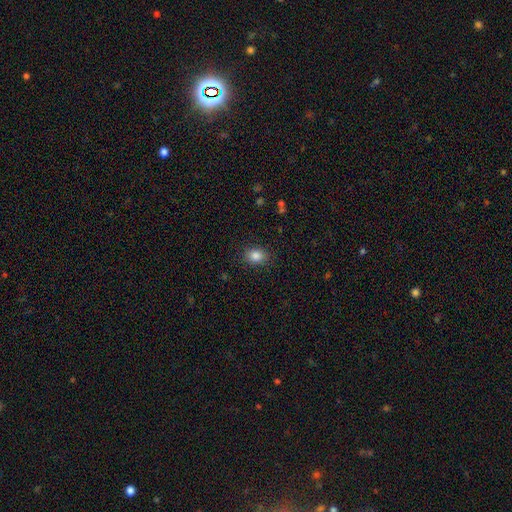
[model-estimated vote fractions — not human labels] smooth-or-featured: smooth: 85% | star or artifact: 10% | featured or disk: 5%
  how-rounded: in between: 54% | round: 45% | cigar-shaped: 1%
  merging: none: 86% | minor disturbance: 10% | major disturbance: 3% | merger: 1%